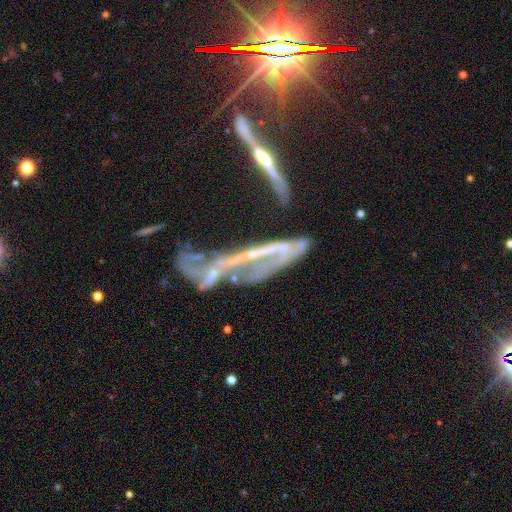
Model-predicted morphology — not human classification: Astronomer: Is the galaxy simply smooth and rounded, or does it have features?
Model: featured or disk — 65%.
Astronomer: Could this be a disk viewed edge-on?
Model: no — 54% (runner-up: yes, 46%).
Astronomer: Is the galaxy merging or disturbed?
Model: merger — 35% (runner-up: none, 26%).